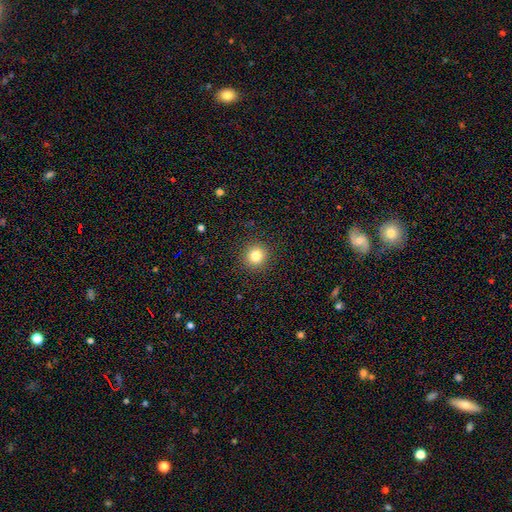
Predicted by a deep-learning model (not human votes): smooth-or-featured: smooth: 82% | star or artifact: 12% | featured or disk: 6%
  how-rounded: round: 94% | in between: 5% | cigar-shaped: 1%
  merging: none: 92% | minor disturbance: 5% | major disturbance: 2% | merger: 1%